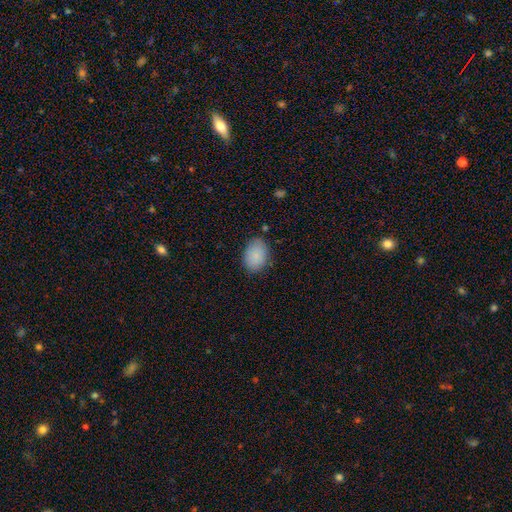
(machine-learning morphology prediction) Q: Smooth or featured?
A: smooth (88%); runner-up: star or artifact (7%)
Q: How rounded?
A: in between (77%); runner-up: round (22%)
Q: Merging?
A: none (80%); runner-up: minor disturbance (15%)